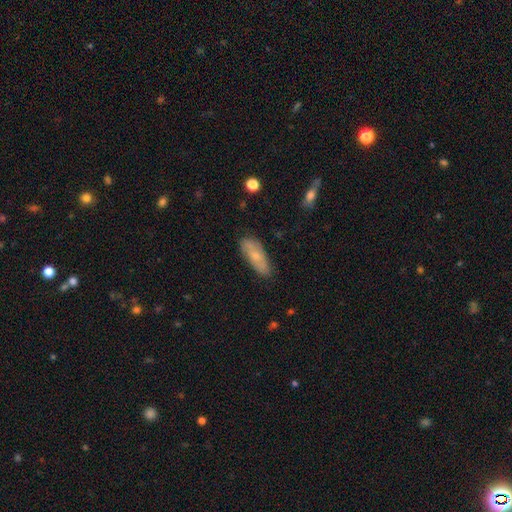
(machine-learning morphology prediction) This is possibly a smooth galaxy (58%). How rounded: likely in between (68%). Merging: likely none (76%).